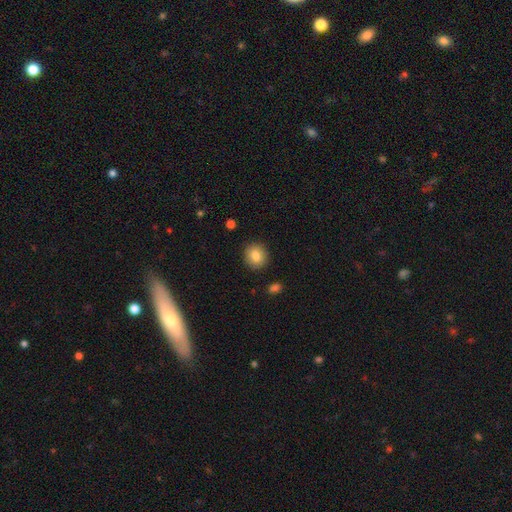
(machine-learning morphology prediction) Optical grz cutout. It shows a smooth galaxy with no disk features (83%) that is round (84%). Merging: none (89%).